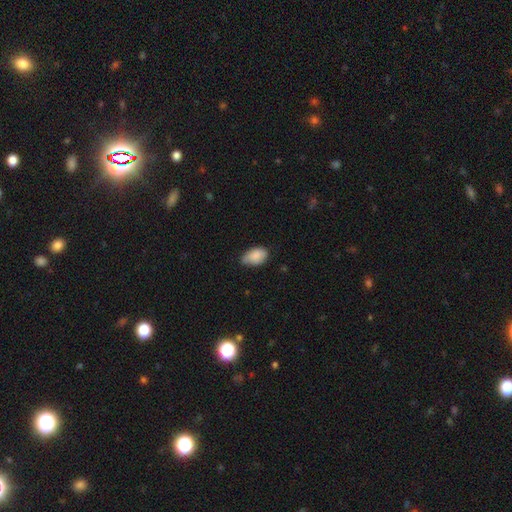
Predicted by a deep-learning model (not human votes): Overall: smooth (83%). How rounded: in between (90%). Merging: none (54%; minor disturbance 38%).